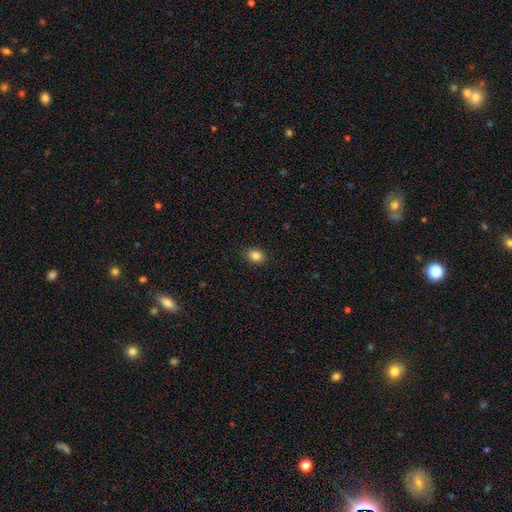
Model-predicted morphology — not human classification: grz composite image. It shows a smooth galaxy with no disk features (84%) that is in between round and cigar-shaped (59%). Merging: none (89%).